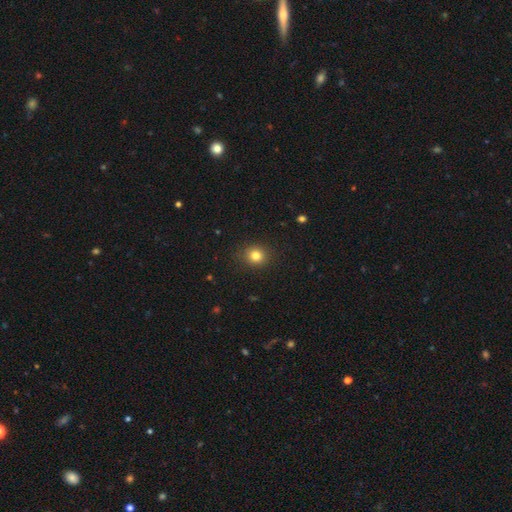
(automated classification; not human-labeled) This is clearly a smooth galaxy (81%). How rounded: clearly round (84%). Merging: clearly none (90%).